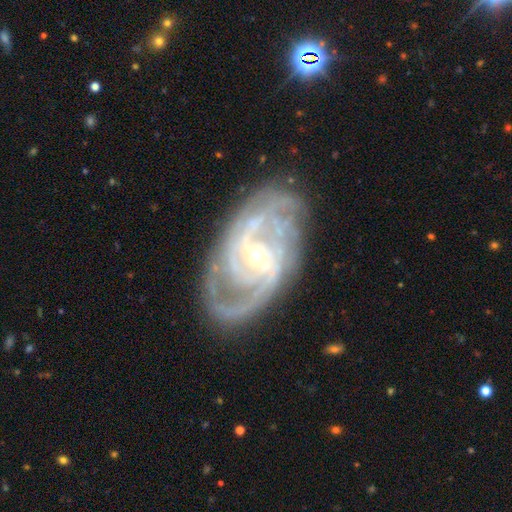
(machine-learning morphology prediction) Overall: featured or disk (90%). Edge-on disk: no (96%). Bar: weak (41%; no 40%). Spiral arms: yes (97%). Spiral arm count: 2 (36%; can't tell 20%). Spiral winding: tight (52%; medium 39%). Bulge size: small (70%). Merging: none (77%).